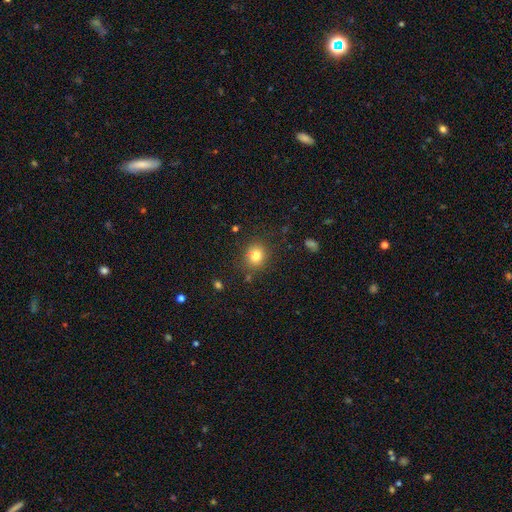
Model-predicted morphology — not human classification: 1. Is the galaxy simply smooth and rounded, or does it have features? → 80% smooth, 13% star or artifact, 7% featured or disk.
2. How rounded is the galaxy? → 80% round, 20% in between, 1% cigar-shaped.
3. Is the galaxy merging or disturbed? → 83% none, 11% minor disturbance, 3% major disturbance, 3% merger.